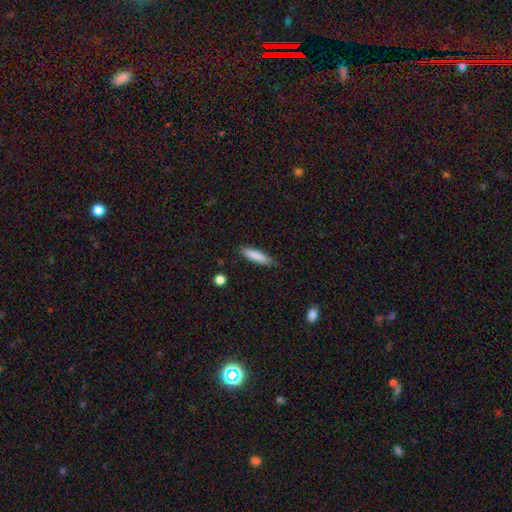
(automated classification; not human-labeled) This appears to be a smooth galaxy with no disk features (85%) that is cigar-shaped (76%). Merging: none (85%).